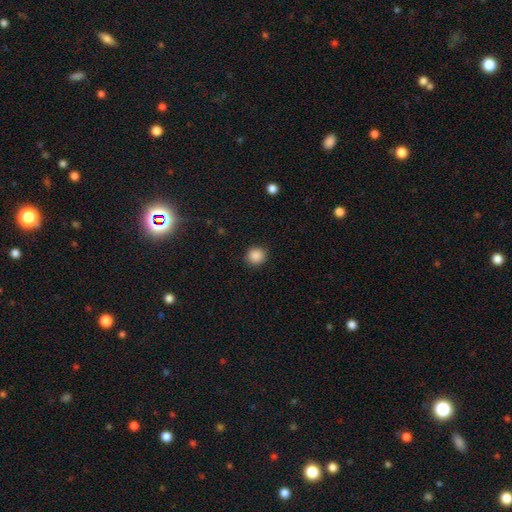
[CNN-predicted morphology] Smooth or featured: smooth — 88% (star or artifact — 10%)
How rounded: round — 91% (in between — 8%)
Merging: none — 91% (minor disturbance — 6%)